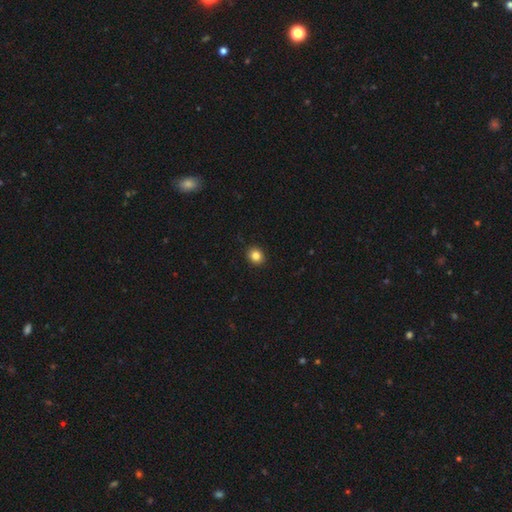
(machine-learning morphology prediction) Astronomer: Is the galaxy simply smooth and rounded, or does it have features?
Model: smooth — 85%.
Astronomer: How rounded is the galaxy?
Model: round — 79%.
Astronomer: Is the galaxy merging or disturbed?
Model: none — 92%.